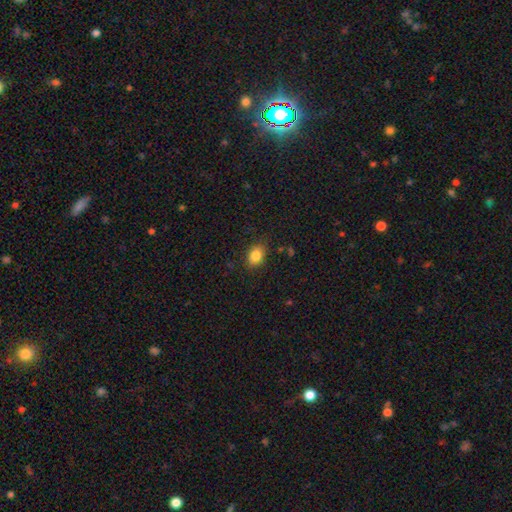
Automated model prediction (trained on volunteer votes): Q: Smooth or featured?
A: smooth (84%); runner-up: star or artifact (9%)
Q: How rounded?
A: in between (77%); runner-up: round (22%)
Q: Merging?
A: none (84%); runner-up: minor disturbance (12%)